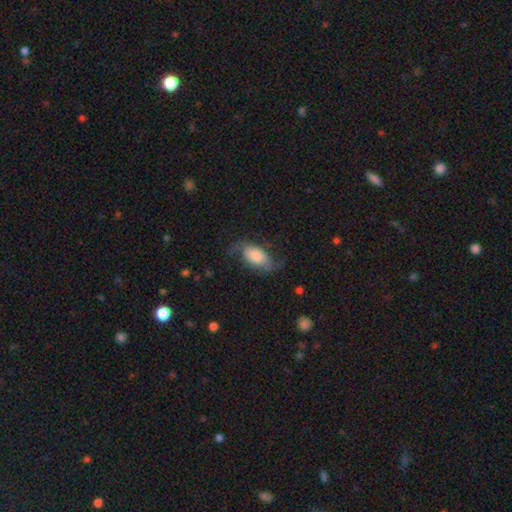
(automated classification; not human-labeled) Smooth or featured? smooth (47%)
Merging? none (58%)